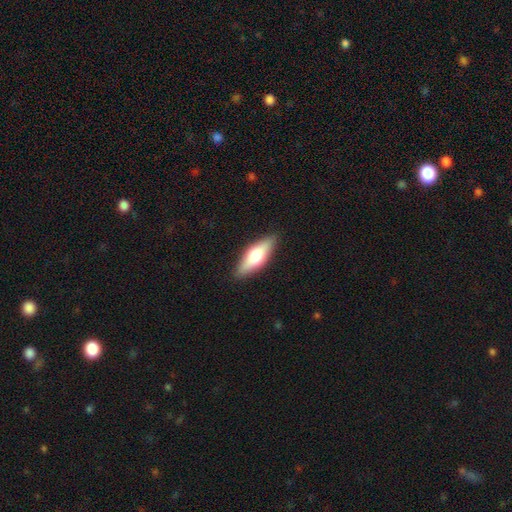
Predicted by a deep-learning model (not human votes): smooth 63%, featured or disk 31%, star or artifact 6%. Down the decision tree: how rounded — in between (64%); merging — none (87%).